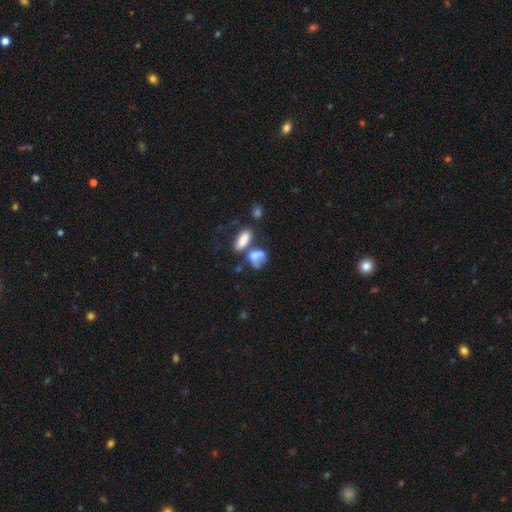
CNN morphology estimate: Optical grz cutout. It shows a smooth galaxy with no disk features (73%) that is in between round and cigar-shaped (72%). Merging: merger (43%).